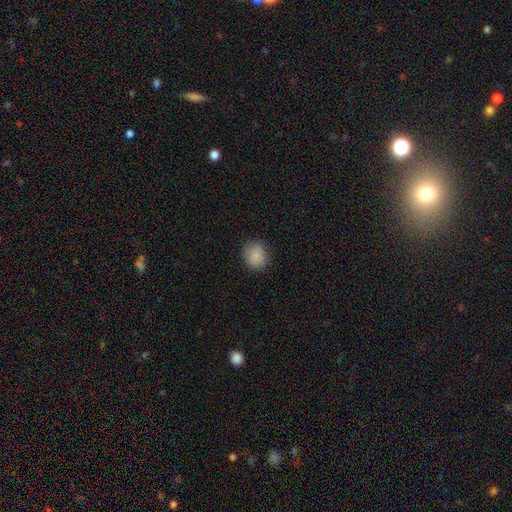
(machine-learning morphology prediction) Q: Smooth or featured?
A: smooth (88%); runner-up: star or artifact (8%)
Q: How rounded?
A: round (77%); runner-up: in between (22%)
Q: Merging?
A: none (87%); runner-up: minor disturbance (9%)